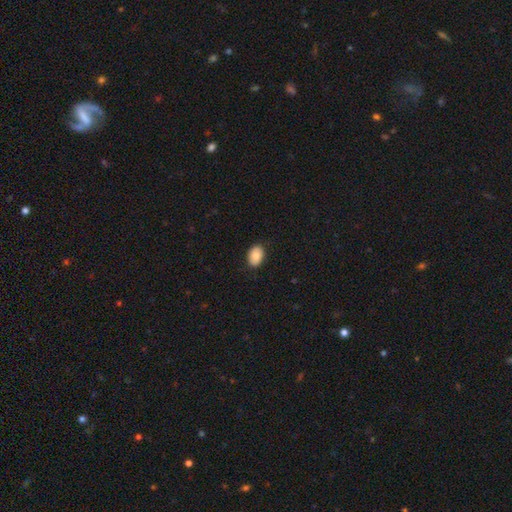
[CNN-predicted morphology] Smooth or featured? smooth (82%)
How rounded? in between (86%)
Merging? none (87%)